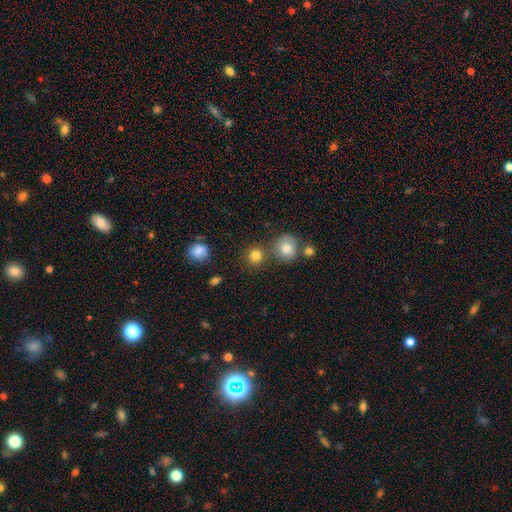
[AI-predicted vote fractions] The model was most divided on "merging": none: 74%, merger: 15%, minor disturbance: 8%, major disturbance: 3%. More confident: how rounded — round (91%); smooth or featured — smooth (81%).